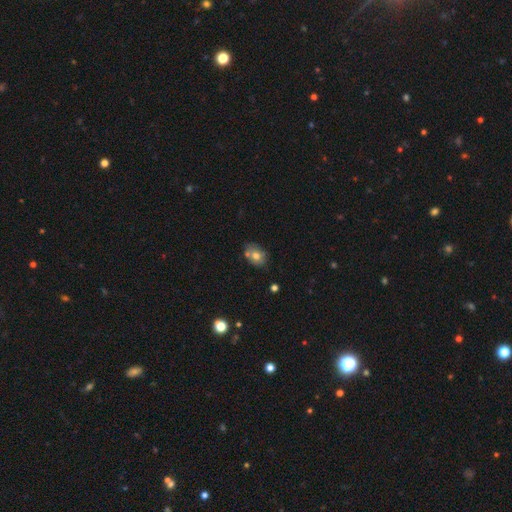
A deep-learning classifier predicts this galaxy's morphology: Smooth or featured: smooth — 70% (featured or disk — 19%)
How rounded: in between — 62% (round — 37%)
Merging: none — 56% (minor disturbance — 20%)